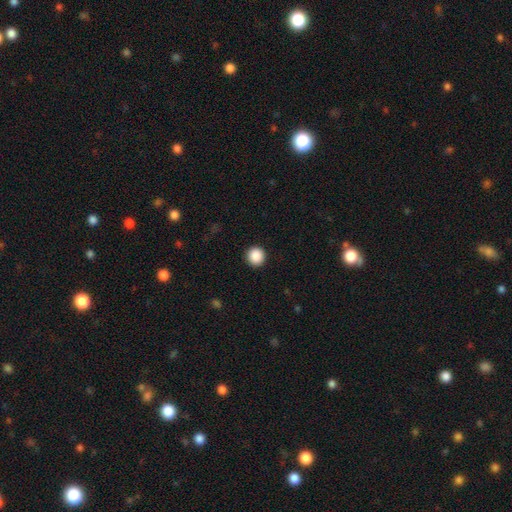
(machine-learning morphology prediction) This is clearly a smooth galaxy (89%). How rounded: clearly round (95%). Merging: clearly none (93%).